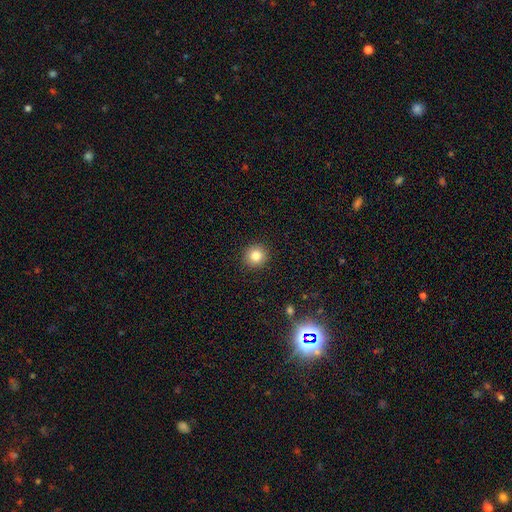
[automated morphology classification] smooth-or-featured: smooth: 83% | star or artifact: 10% | featured or disk: 6%
  how-rounded: round: 93% | in between: 6% | cigar-shaped: 1%
  merging: none: 92% | minor disturbance: 5% | major disturbance: 2% | merger: 1%